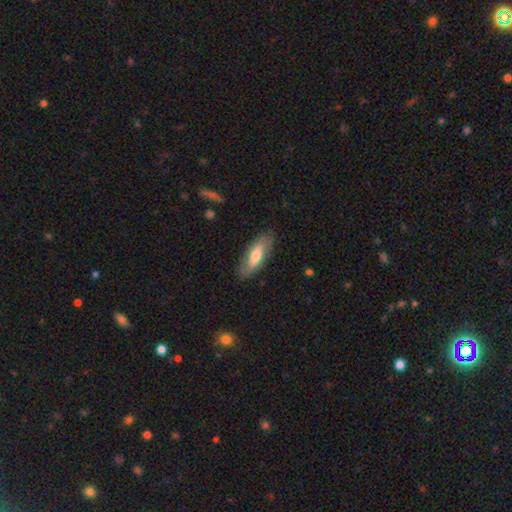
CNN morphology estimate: type=smooth (50%); roundness=in between (68%); merging=none (82%).